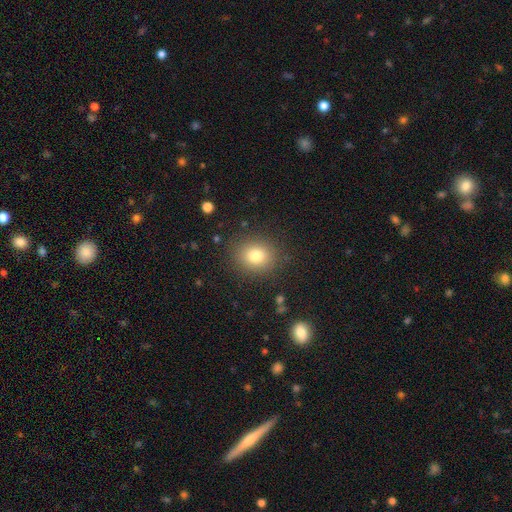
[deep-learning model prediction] The model was most divided on "how rounded": round: 72%, in between: 27%, cigar-shaped: 1%. More confident: merging — none (87%); smooth or featured — smooth (79%).